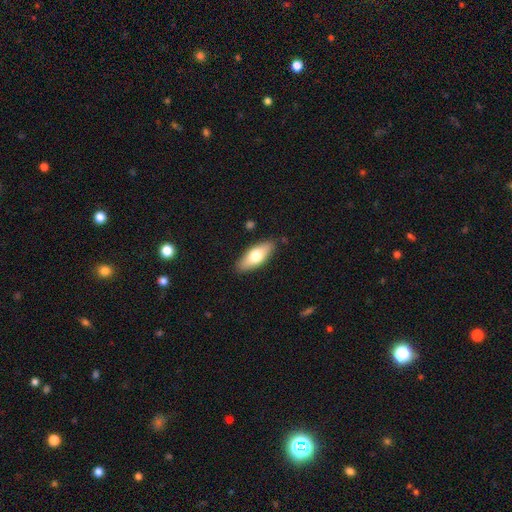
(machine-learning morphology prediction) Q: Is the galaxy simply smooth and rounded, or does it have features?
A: smooth — 66%.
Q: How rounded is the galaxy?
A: in between — 73%.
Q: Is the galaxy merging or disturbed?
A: none — 87%.